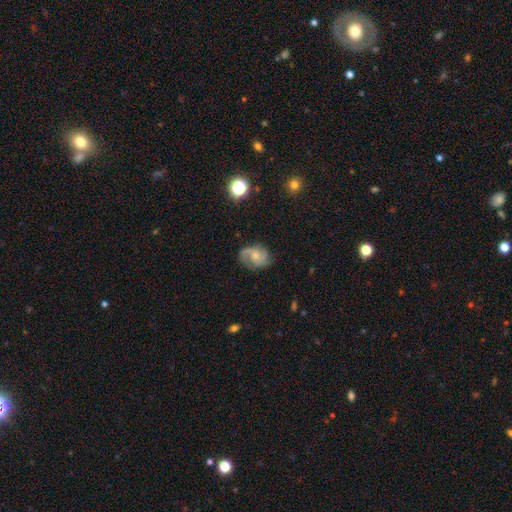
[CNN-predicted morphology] Overall: featured or disk (69%). Edge-on disk: no (97%). Bar: no (68%). Spiral arms: yes (92%). Spiral arm count: 2 (56%). Spiral winding: medium (47%; tight 27%). Bulge size: small (50%; moderate 41%). Merging: none (65%).